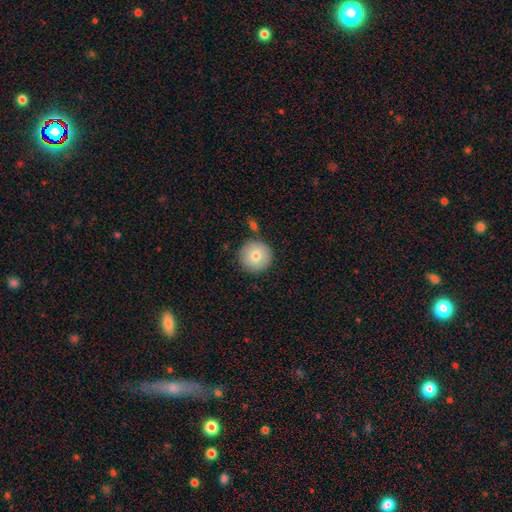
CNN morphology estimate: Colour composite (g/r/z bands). It shows a smooth galaxy with no disk features (78%) that is round (96%). Merging: none (82%).